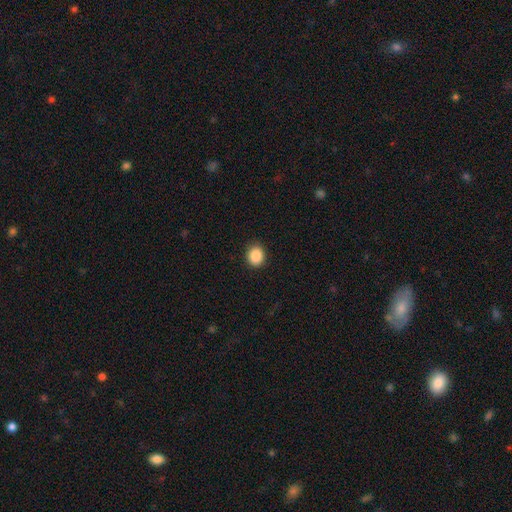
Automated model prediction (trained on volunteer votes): Smooth or featured? smooth (89%)
How rounded? round (64%)
Merging? none (89%)